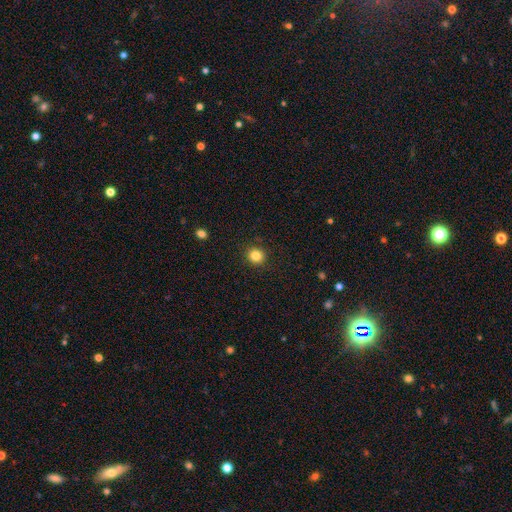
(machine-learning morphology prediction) The model was most divided on "smooth or featured": smooth: 84%, star or artifact: 11%, featured or disk: 5%. More confident: how rounded — round (91%); merging — none (91%).